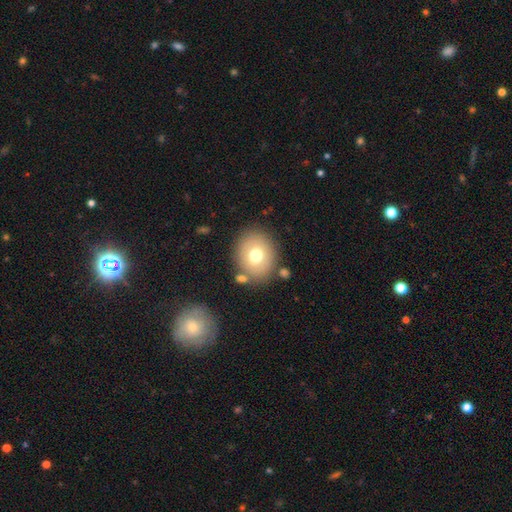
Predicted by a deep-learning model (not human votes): This is likely a smooth galaxy (68%). How rounded: likely round (62%). Merging: likely none (78%).